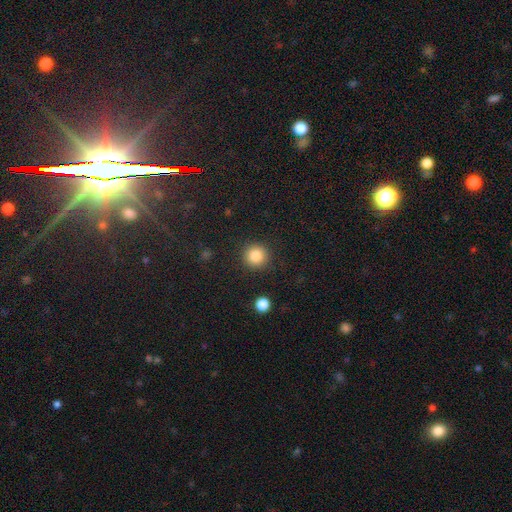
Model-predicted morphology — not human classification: This appears to be a smooth galaxy with no disk features (85%) that is round (94%). Merging: none (91%).